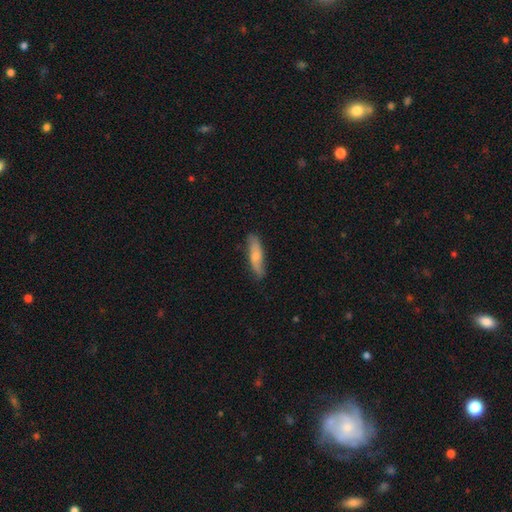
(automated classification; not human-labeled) The model was most divided on "smooth or featured": smooth: 61%, featured or disk: 33%, star or artifact: 6%. More confident: merging — none (79%); how rounded — cigar-shaped (65%).